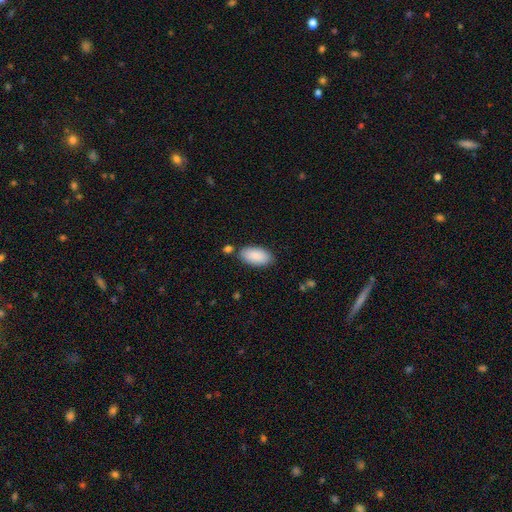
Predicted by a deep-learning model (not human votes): Overall: smooth (90%). How rounded: in between (95%). Merging: none (80%).